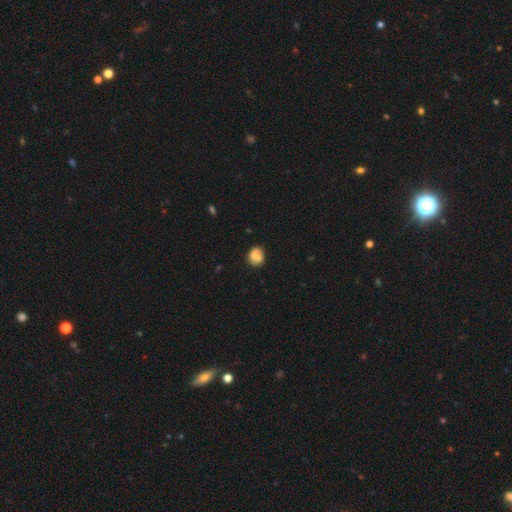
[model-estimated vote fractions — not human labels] Smooth or featured? Predicted: smooth (p=0.72). How rounded? Predicted: round (p=0.60). Merging? Predicted: none (p=0.44).